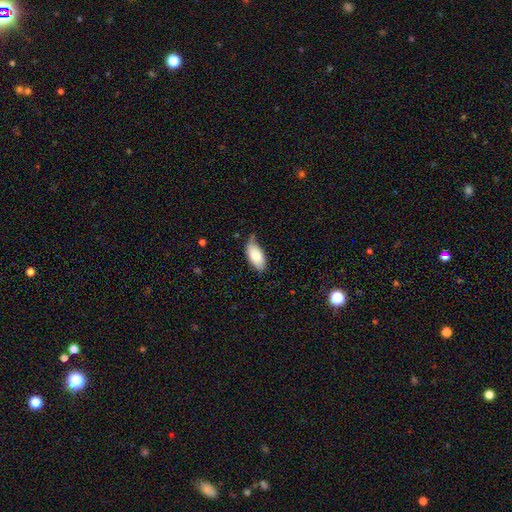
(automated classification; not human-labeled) This is likely a smooth galaxy (77%). How rounded: clearly in between (93%). Merging: possibly none (53%).